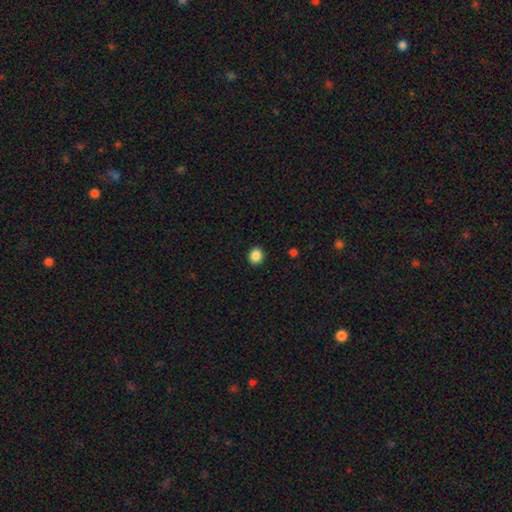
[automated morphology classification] smooth_or_featured: smooth (p=0.87) [alt: star or artifact p=0.10]
how_rounded: round (p=0.70) [alt: in between p=0.29]
merging: none (p=0.91) [alt: minor disturbance p=0.06]